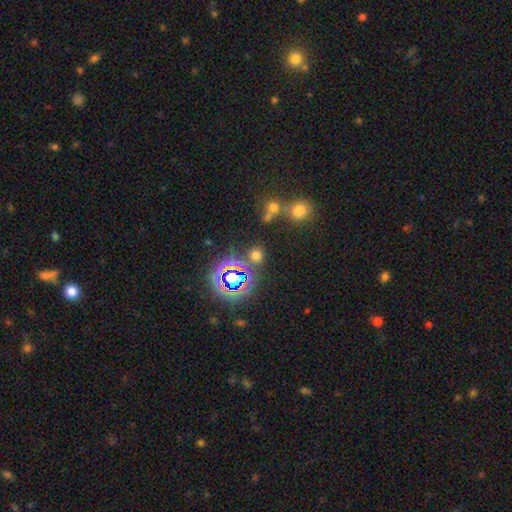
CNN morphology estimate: smooth-or-featured: smooth: 55% | star or artifact: 38% | featured or disk: 7%
  how-rounded: round: 81% | in between: 18% | cigar-shaped: 2%
  merging: none: 75% | merger: 11% | minor disturbance: 9% | major disturbance: 5%